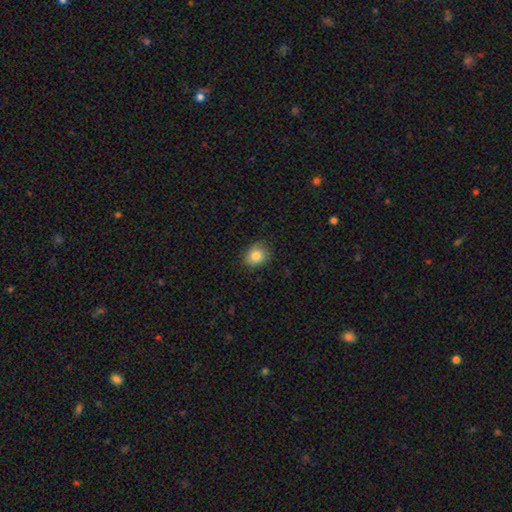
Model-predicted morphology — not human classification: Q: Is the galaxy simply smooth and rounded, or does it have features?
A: smooth — 82%.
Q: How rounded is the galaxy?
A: round — 57%.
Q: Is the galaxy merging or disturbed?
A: none — 80%.